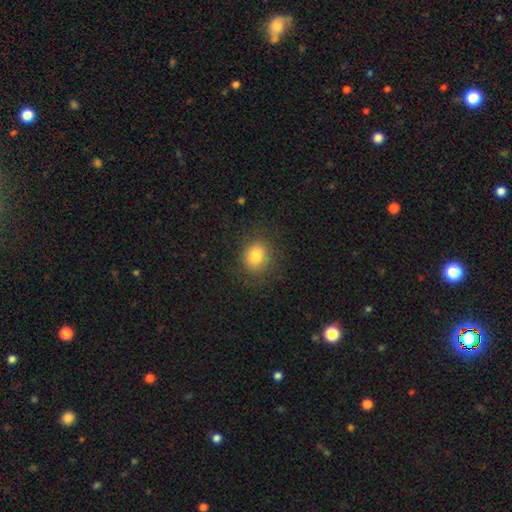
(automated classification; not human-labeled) Overall: smooth (82%). How rounded: round (72%). Merging: none (84%).